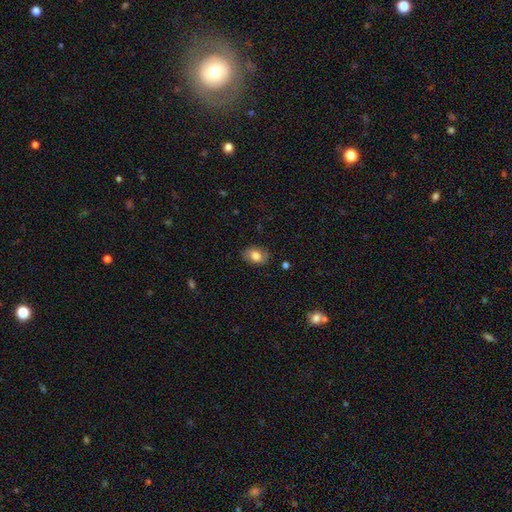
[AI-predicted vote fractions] smooth_or_featured: smooth (p=0.79) [alt: featured or disk p=0.13]
how_rounded: in between (p=0.73) [alt: round p=0.26]
merging: none (p=0.82) [alt: minor disturbance p=0.14]